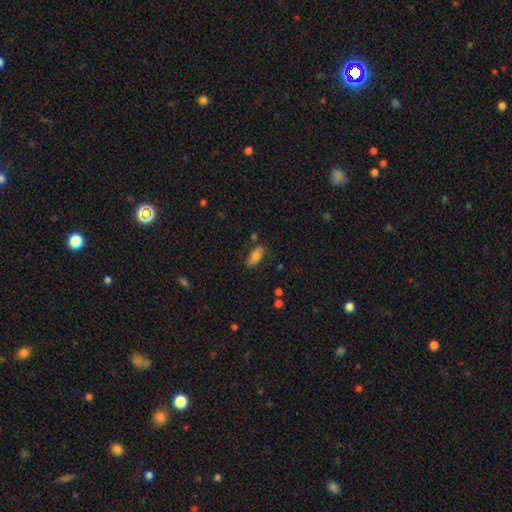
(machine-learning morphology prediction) This is likely a smooth galaxy (67%). How rounded: clearly in between (85%). Merging: likely none (63%).